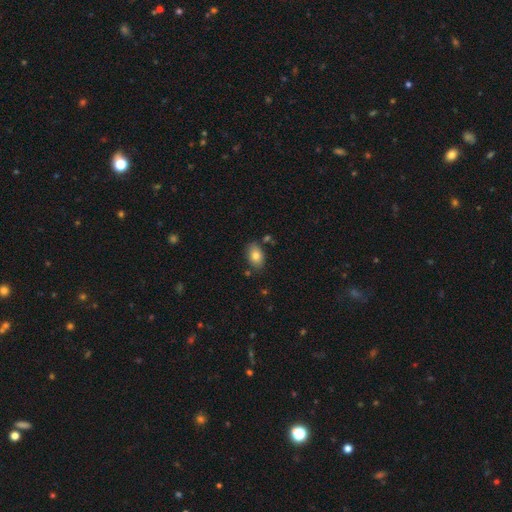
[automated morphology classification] Q: Smooth or featured?
A: smooth (79%); runner-up: featured or disk (13%)
Q: How rounded?
A: in between (85%); runner-up: round (14%)
Q: Merging?
A: none (80%); runner-up: minor disturbance (12%)